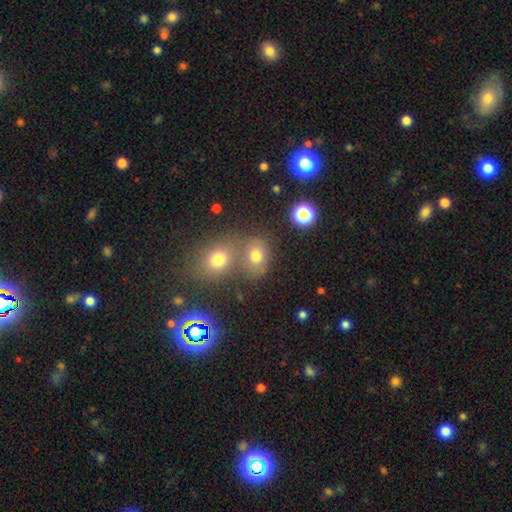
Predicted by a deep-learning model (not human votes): Smooth or featured?
  - smooth: 70% *
  - star or artifact: 18%
  - featured or disk: 11%
How rounded?
  - round: 63% *
  - in between: 36%
  - cigar-shaped: 1%
Merging?
  - none: 48% *
  - merger: 38%
  - minor disturbance: 10%
  - major disturbance: 5%